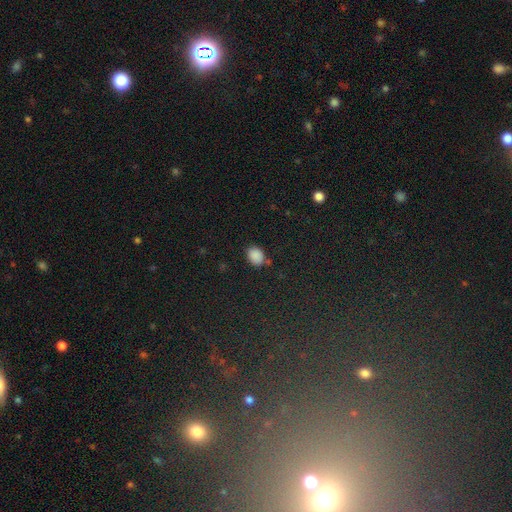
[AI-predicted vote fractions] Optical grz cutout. It shows a smooth galaxy with no disk features (86%) that is in between round and cigar-shaped (65%). Merging: none (77%).